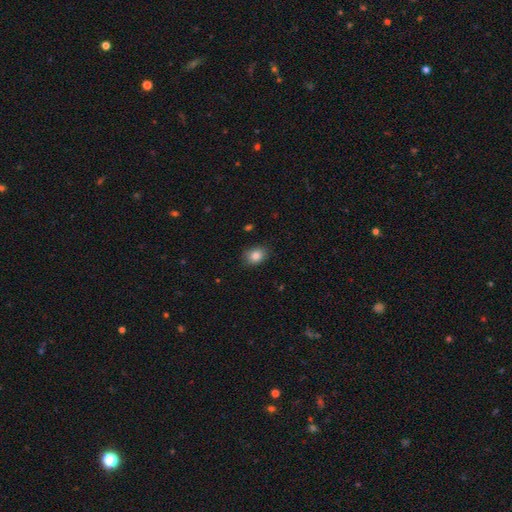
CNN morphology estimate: Smooth or featured?
  - smooth: 85% *
  - star or artifact: 9%
  - featured or disk: 6%
How rounded?
  - in between: 57% *
  - round: 42%
  - cigar-shaped: 1%
Merging?
  - none: 84% *
  - minor disturbance: 13%
  - major disturbance: 3%
  - merger: 1%